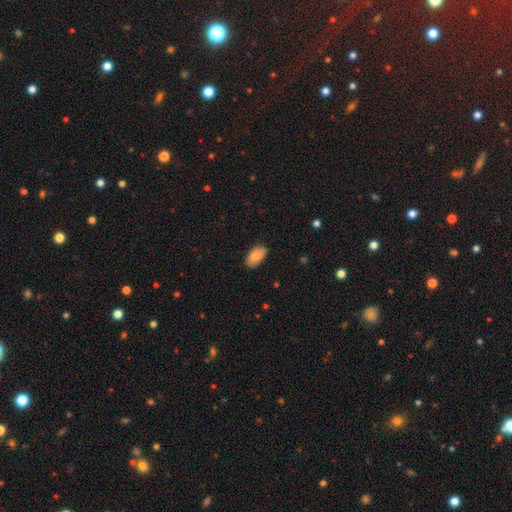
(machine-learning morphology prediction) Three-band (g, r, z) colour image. It shows a smooth galaxy with no disk features (85%) that is in between round and cigar-shaped (94%). Merging: none (83%).